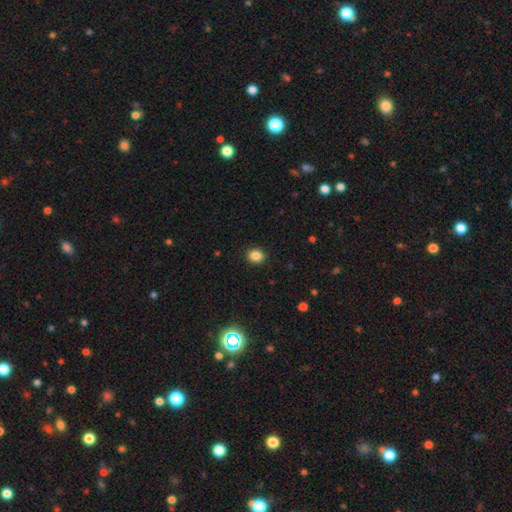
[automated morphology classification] Q: Smooth or featured?
A: smooth (85%); runner-up: star or artifact (11%)
Q: How rounded?
A: round (73%); runner-up: in between (26%)
Q: Merging?
A: none (91%); runner-up: minor disturbance (6%)